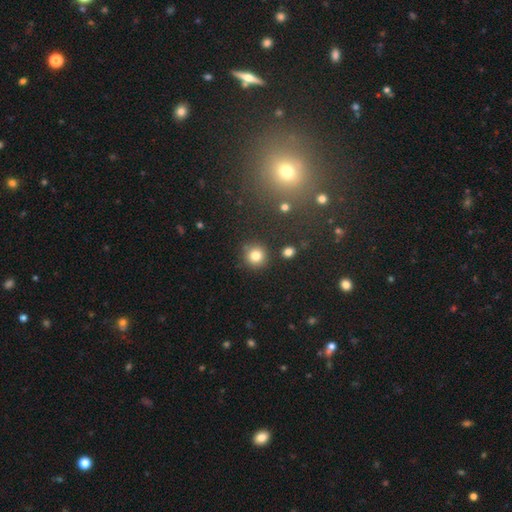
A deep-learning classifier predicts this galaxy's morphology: This appears to be a smooth galaxy with no disk features (81%) that is round (93%). Merging: none (86%).